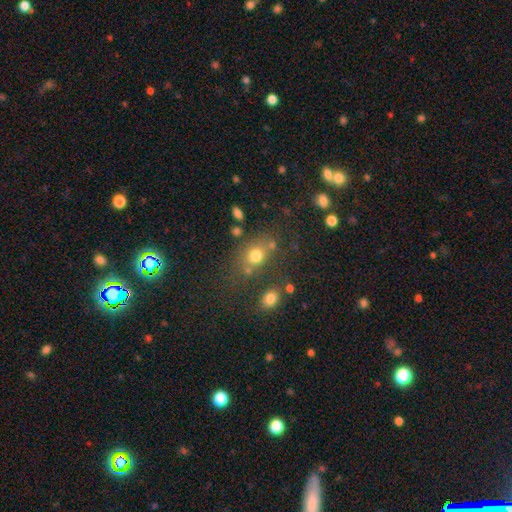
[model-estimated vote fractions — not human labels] A smooth galaxy with no disk features (71%) that is round (50%).

Vote fractions:
- Smooth or featured? smooth: 71% / star or artifact: 17% / featured or disk: 12%
- How rounded? round: 50% / in between: 48% / cigar-shaped: 2%
- Merging? none: 63% / minor disturbance: 15% / merger: 14% / major disturbance: 8%